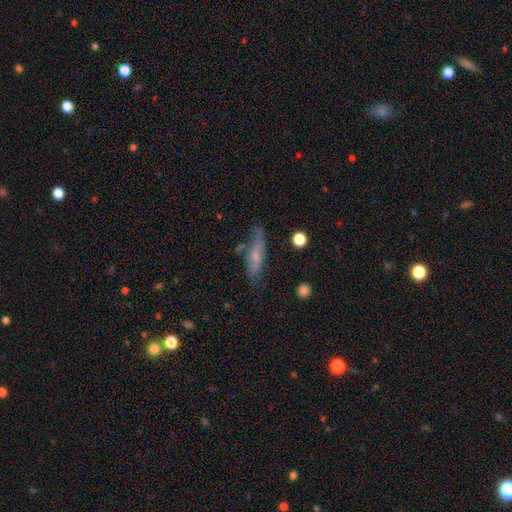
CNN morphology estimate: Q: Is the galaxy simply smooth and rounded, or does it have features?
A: featured or disk — 47%.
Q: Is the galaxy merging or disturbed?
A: none — 60%.